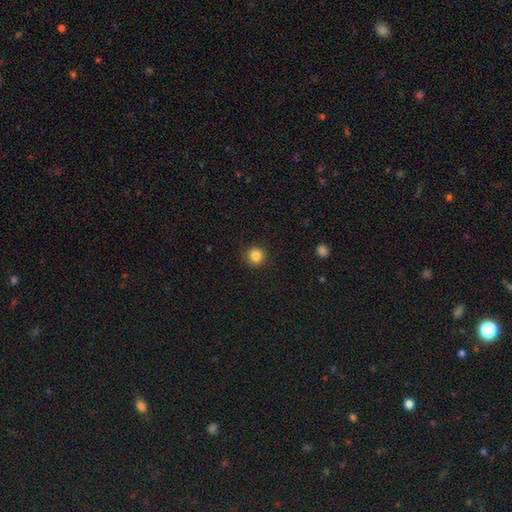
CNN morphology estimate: Overall: smooth (84%). How rounded: round (94%). Merging: none (90%).